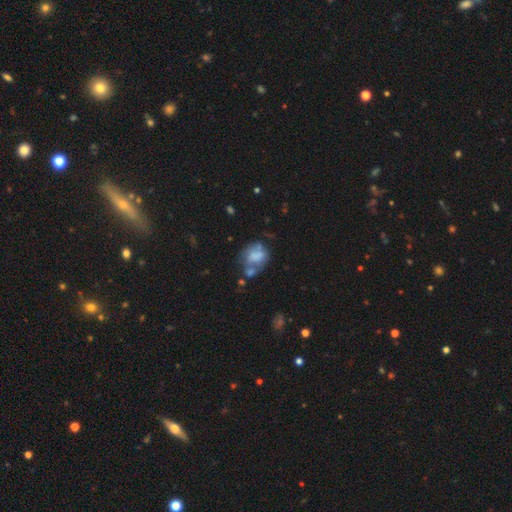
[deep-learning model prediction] Smooth or featured? Predicted: smooth (p=0.60). How rounded? Predicted: in between (p=0.56). Merging? Predicted: merger (p=0.32).